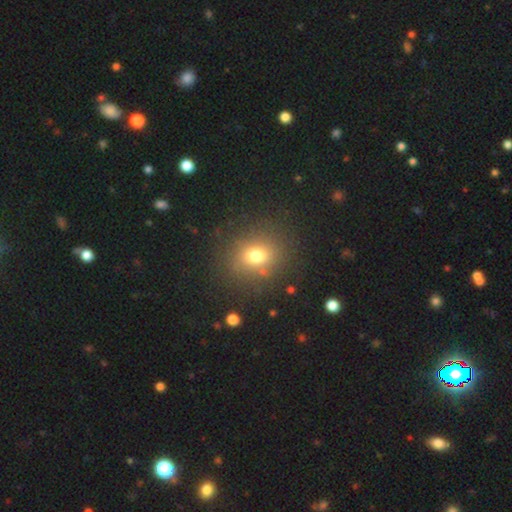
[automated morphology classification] The model was most divided on "how rounded": round: 66%, in between: 33%, cigar-shaped: 1%. More confident: merging — none (80%); smooth or featured — smooth (71%).